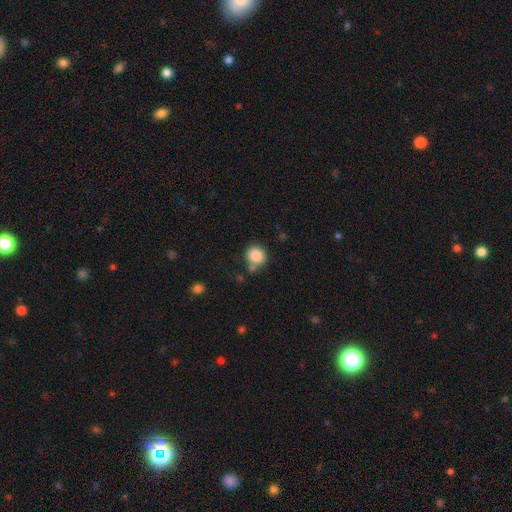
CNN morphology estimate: smooth 86%, star or artifact 9%, featured or disk 5%. Down the decision tree: how rounded — round (80%); merging — none (68%).